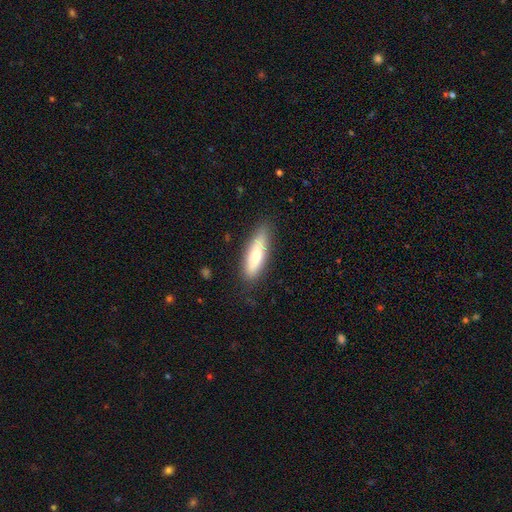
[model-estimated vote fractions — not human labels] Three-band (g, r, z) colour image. It shows a smooth galaxy with no disk features (73%) that is cigar-shaped (54%). Merging: none (80%).